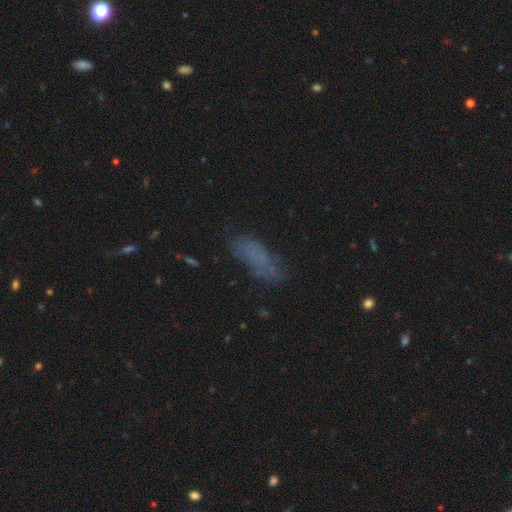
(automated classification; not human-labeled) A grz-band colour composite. It shows a smooth galaxy with no disk features (61%) that is in between round and cigar-shaped (63%). Merging: none (59%).